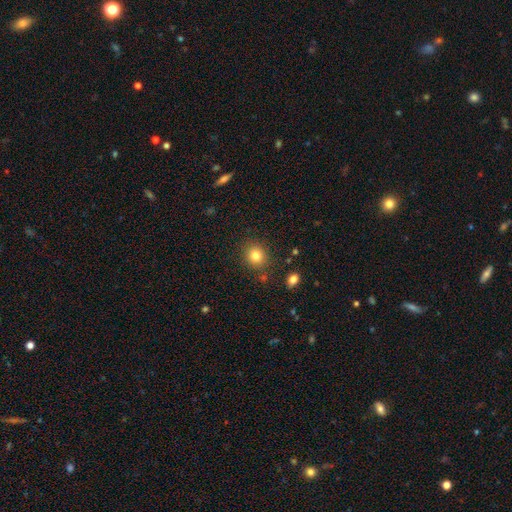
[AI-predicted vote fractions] Overall: smooth (82%). How rounded: round (84%). Merging: none (86%).